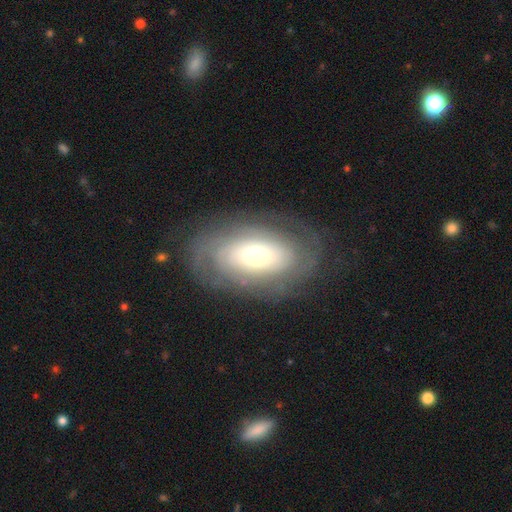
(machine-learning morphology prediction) Smooth or featured? Predicted: featured or disk (p=0.69). Edge-on disk? Predicted: no (p=0.93). Bar? Predicted: no (p=0.71). Spiral arms? Predicted: yes (p=0.75). Bulge size? Predicted: moderate (p=0.57). Merging? Predicted: none (p=0.78).